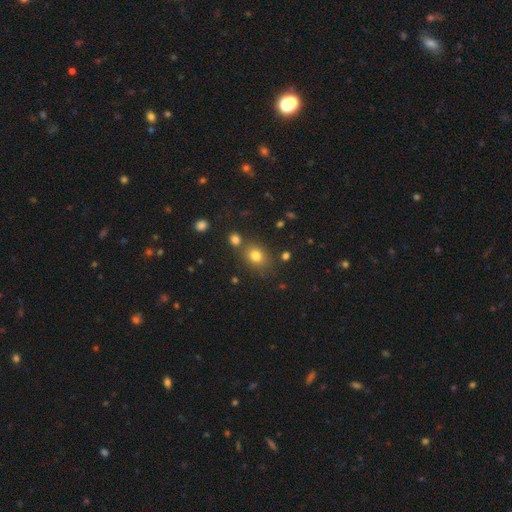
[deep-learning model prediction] This is likely a smooth galaxy (78%). How rounded: possibly in between (52%). Merging: likely none (71%).